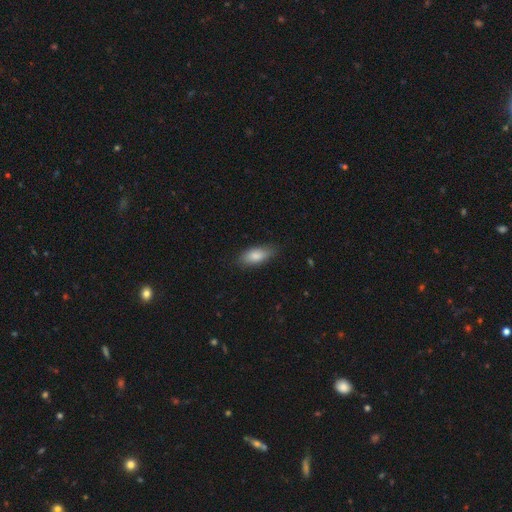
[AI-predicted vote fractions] A smooth galaxy with no disk features (83%) that is in between round and cigar-shaped (81%).

Vote fractions:
- Smooth or featured? smooth: 83% / featured or disk: 10% / star or artifact: 7%
- How rounded? in between: 81% / cigar-shaped: 16% / round: 3%
- Merging? none: 80% / minor disturbance: 16% / major disturbance: 3% / merger: 1%